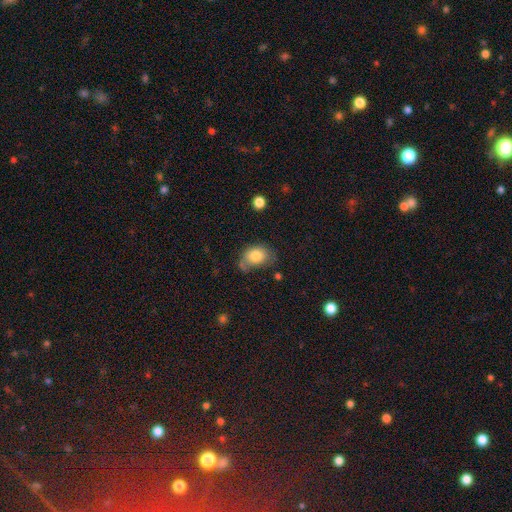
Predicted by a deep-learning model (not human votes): A smooth galaxy with no disk features (80%) that is in between round and cigar-shaped (69%). Merging: none (52%).